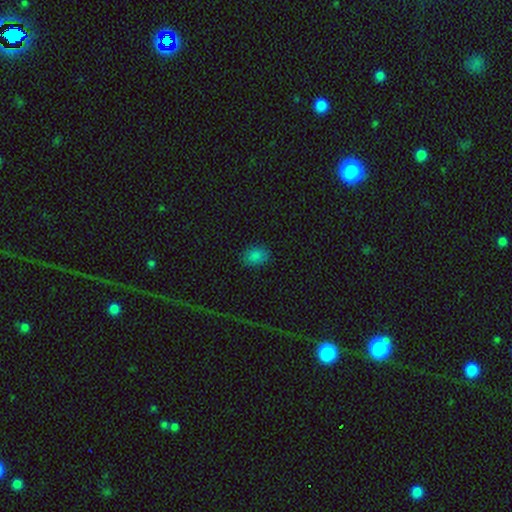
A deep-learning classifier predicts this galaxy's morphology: A smooth galaxy with no disk features (81%) that is in between round and cigar-shaped (77%). Merging: none (84%).